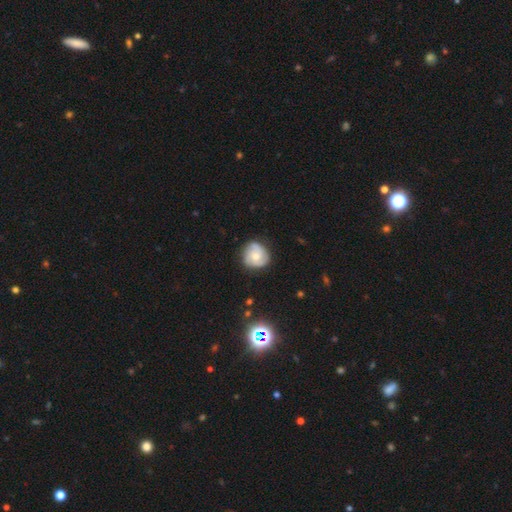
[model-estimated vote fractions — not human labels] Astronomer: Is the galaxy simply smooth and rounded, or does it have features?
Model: featured or disk — 60%.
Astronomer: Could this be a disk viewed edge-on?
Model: no — 98%.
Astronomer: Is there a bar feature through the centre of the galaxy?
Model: no — 77%.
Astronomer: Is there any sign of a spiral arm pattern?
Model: yes — 90%.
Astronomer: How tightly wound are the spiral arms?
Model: tight — 49% (runner-up: medium, 39%).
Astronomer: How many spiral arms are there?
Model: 3 — 53%.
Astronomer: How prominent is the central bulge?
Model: moderate — 56% (runner-up: small, 37%).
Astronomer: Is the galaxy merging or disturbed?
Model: none — 76%.